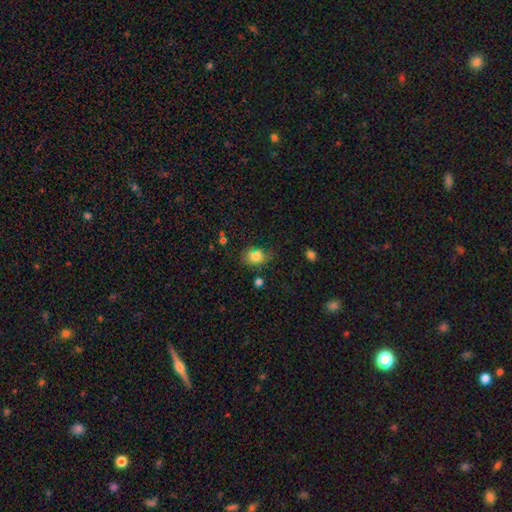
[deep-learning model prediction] smooth_or_featured: smooth (p=0.79) [alt: star or artifact p=0.12]
how_rounded: in between (p=0.53) [alt: round p=0.45]
merging: none (p=0.67) [alt: minor disturbance p=0.22]